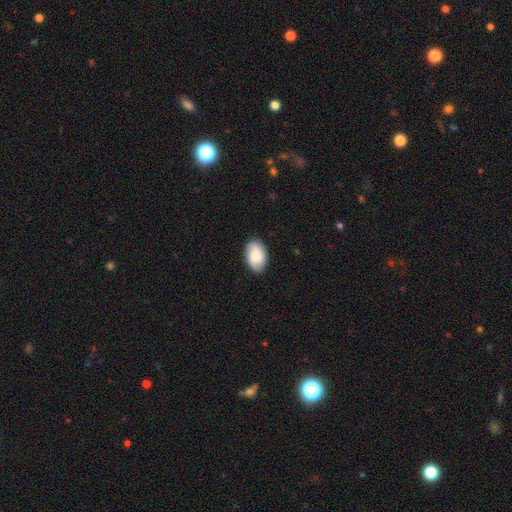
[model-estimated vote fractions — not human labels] smooth-or-featured: smooth: 61% | featured or disk: 31% | star or artifact: 8%
  how-rounded: in between: 88% | round: 11% | cigar-shaped: 1%
  merging: none: 85% | minor disturbance: 12% | major disturbance: 3% | merger: 1%